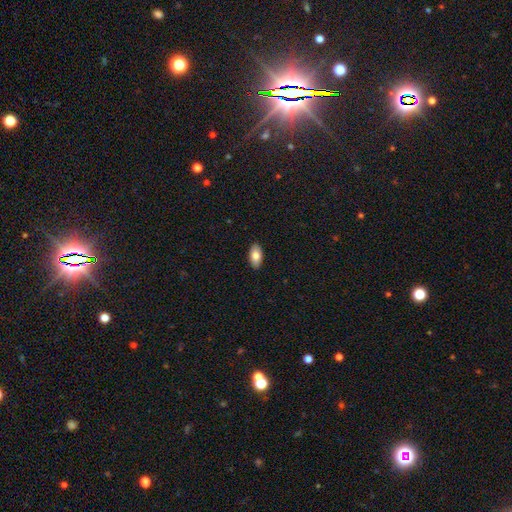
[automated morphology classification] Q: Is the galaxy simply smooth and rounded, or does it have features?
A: smooth — 80%.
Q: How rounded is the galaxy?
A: in between — 93%.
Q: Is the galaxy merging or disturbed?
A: none — 90%.